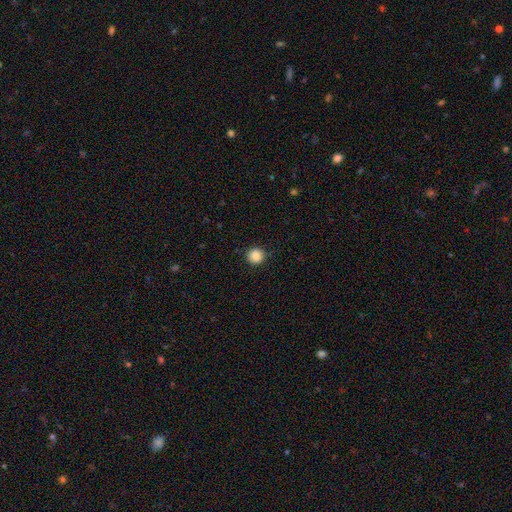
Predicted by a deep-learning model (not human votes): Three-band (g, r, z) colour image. It shows a smooth galaxy with no disk features (86%) that is round (91%). Merging: none (90%).